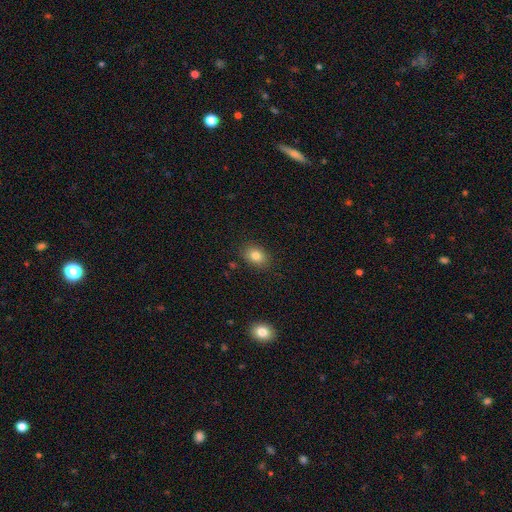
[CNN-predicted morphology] A smooth galaxy with no disk features (82%) that is in between round and cigar-shaped (71%). Merging: none (85%).